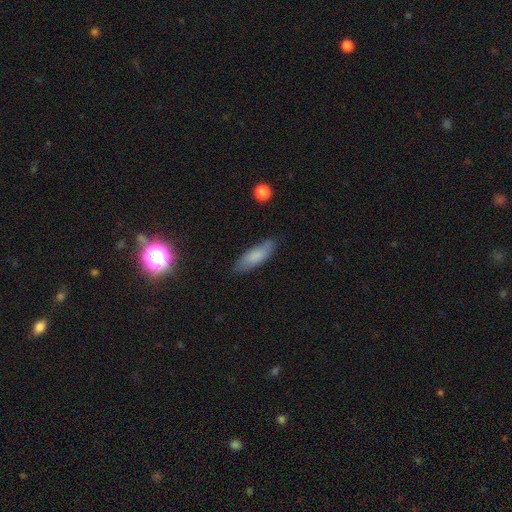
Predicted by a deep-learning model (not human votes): Smooth or featured?
  - smooth: 79% *
  - featured or disk: 14%
  - star or artifact: 7%
How rounded?
  - in between: 55% *
  - cigar-shaped: 43%
  - round: 2%
Merging?
  - none: 80% *
  - minor disturbance: 15%
  - major disturbance: 3%
  - merger: 1%